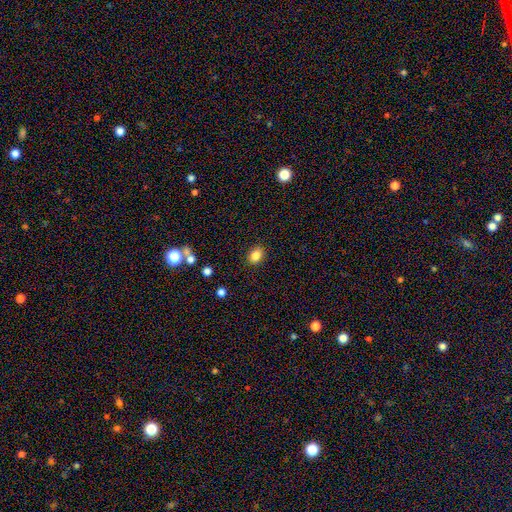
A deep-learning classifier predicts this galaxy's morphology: smooth 84%, star or artifact 11%, featured or disk 6%. Down the decision tree: how rounded — in between (57%); merging — none (88%).